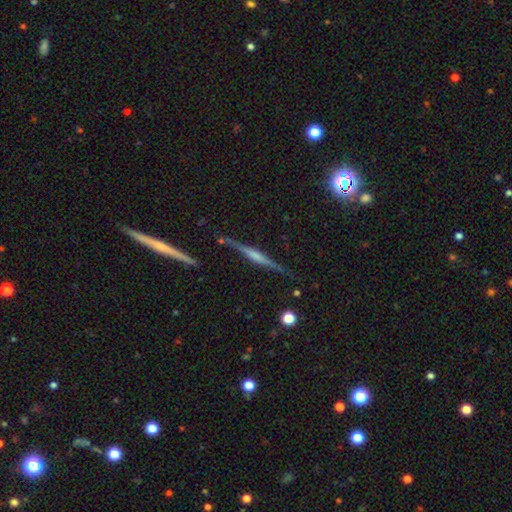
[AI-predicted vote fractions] This is likely a featured or disk galaxy (75%). It is clearly viewed edge-on (97%). Edge-on bulge: possibly rounded (46%). Merging: clearly none (85%).